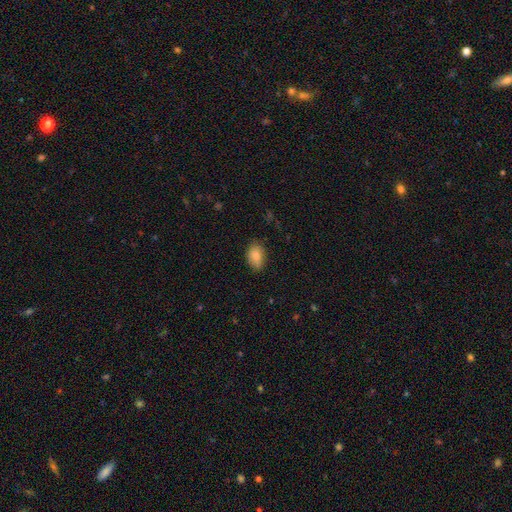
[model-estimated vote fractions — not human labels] Q: Smooth or featured?
A: smooth (82%); runner-up: featured or disk (10%)
Q: How rounded?
A: in between (86%); runner-up: round (12%)
Q: Merging?
A: none (76%); runner-up: minor disturbance (19%)